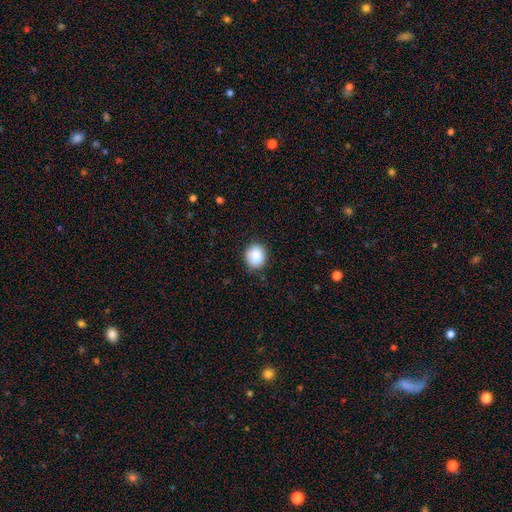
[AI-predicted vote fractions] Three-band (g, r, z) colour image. It shows a smooth galaxy with no disk features (86%) that is round (73%). Merging: none (88%).